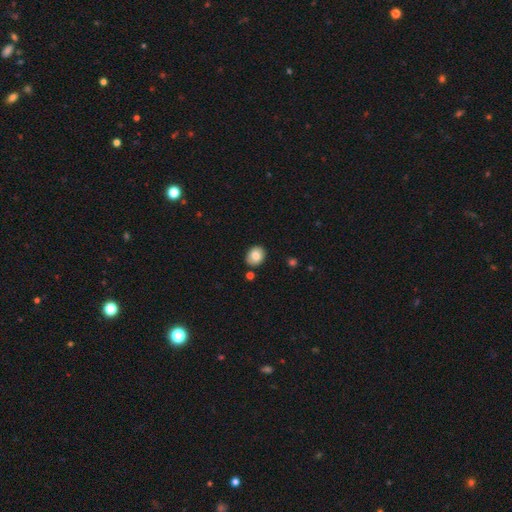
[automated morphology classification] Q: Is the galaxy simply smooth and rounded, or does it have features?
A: smooth — 80%.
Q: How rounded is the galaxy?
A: round — 53%.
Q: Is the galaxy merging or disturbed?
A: none — 83%.